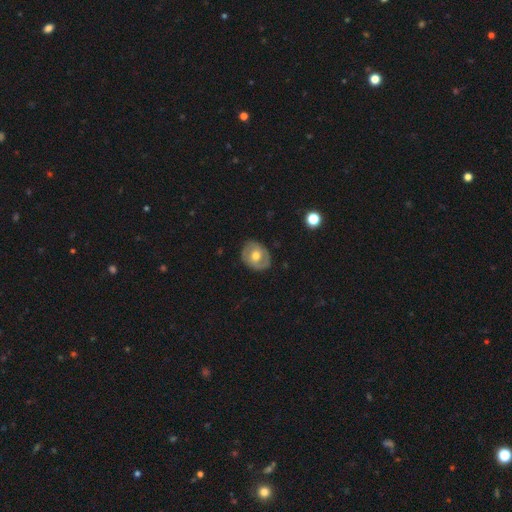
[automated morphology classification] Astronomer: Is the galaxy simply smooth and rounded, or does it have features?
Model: featured or disk — 49% (runner-up: smooth, 44%).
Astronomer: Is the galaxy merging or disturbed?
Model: none — 82%.